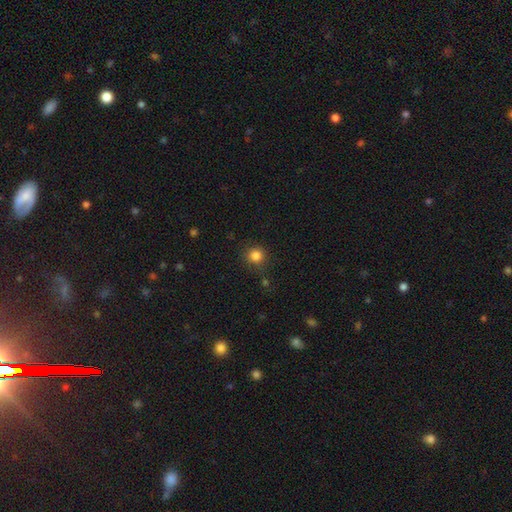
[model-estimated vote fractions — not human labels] Smooth or featured?
  - smooth: 84% *
  - star or artifact: 12%
  - featured or disk: 4%
How rounded?
  - round: 92% *
  - in between: 7%
  - cigar-shaped: 1%
Merging?
  - none: 82% *
  - minor disturbance: 11%
  - major disturbance: 4%
  - merger: 3%